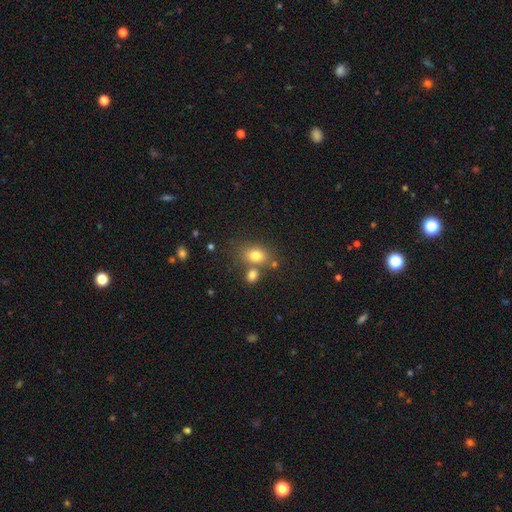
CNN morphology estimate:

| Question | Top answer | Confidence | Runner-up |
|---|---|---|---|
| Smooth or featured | smooth | 78% | star or artifact (12%) |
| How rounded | in between | 66% | round (32%) |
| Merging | none | 59% | merger (24%) |